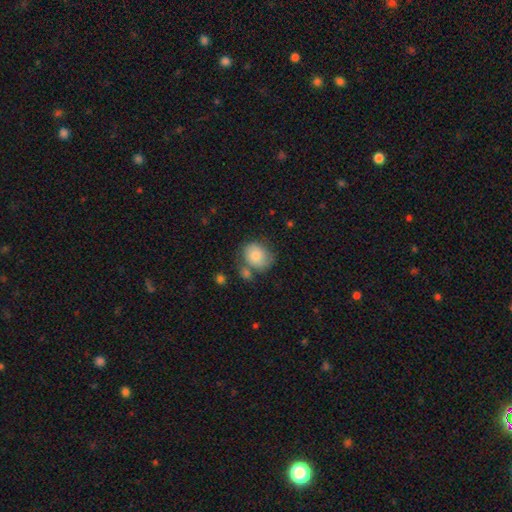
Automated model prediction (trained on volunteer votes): Q: Smooth or featured?
A: smooth (80%); runner-up: featured or disk (13%)
Q: How rounded?
A: round (57%); runner-up: in between (42%)
Q: Merging?
A: none (53%); runner-up: minor disturbance (23%)